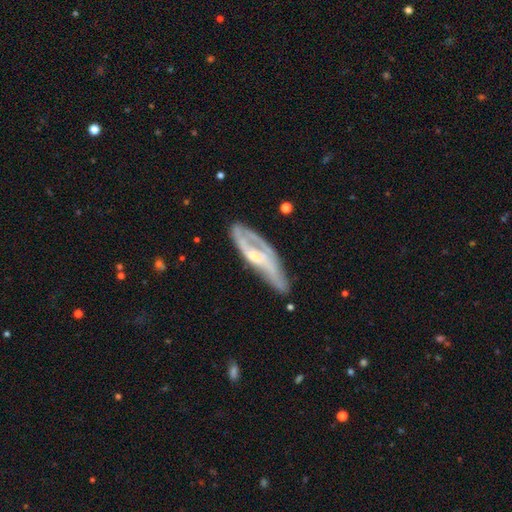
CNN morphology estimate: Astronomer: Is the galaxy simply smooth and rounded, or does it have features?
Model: featured or disk — 68%.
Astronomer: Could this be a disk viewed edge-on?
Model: no — 69%.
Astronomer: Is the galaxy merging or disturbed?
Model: none — 47% (runner-up: minor disturbance, 28%).